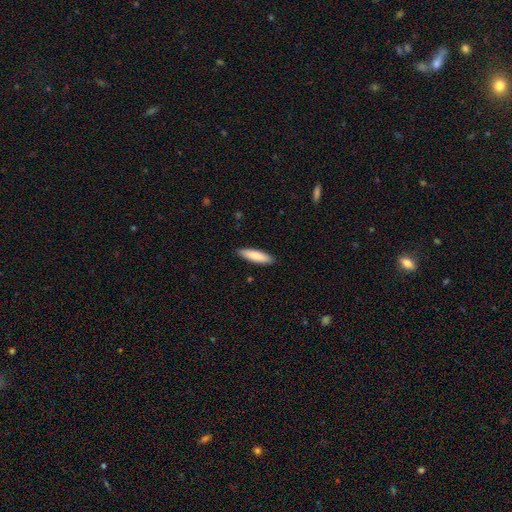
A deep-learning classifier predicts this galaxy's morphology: Smooth or featured: smooth — 85% (featured or disk — 10%)
How rounded: cigar-shaped — 68% (in between — 31%)
Merging: none — 90% (minor disturbance — 8%)